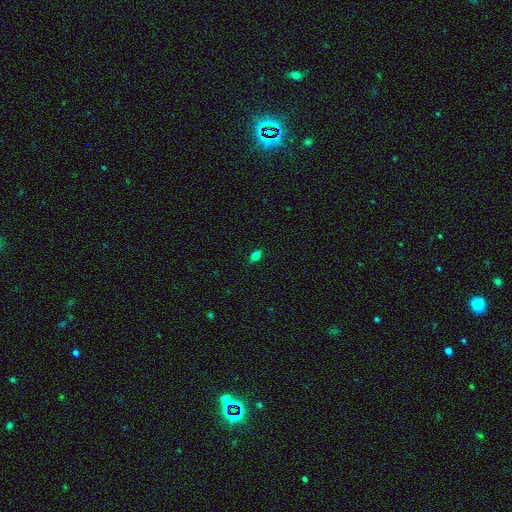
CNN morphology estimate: The model was most divided on "smooth or featured": smooth: 77%, star or artifact: 14%, featured or disk: 8%. More confident: merging — none (83%); how rounded — in between (80%).